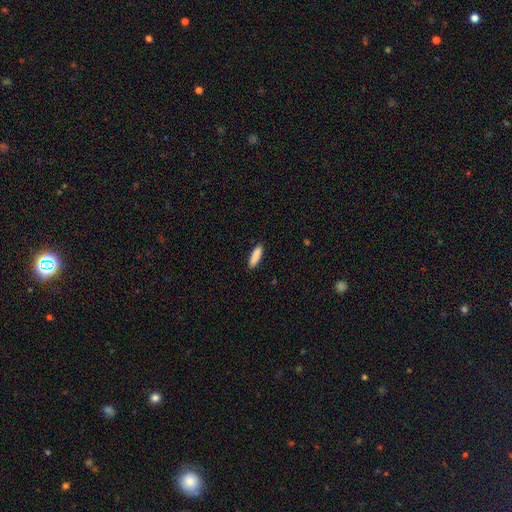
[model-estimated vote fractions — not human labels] smooth_or_featured: smooth (p=0.89) [alt: star or artifact p=0.06]
how_rounded: cigar-shaped (p=0.66) [alt: in between p=0.32]
merging: none (p=0.89) [alt: minor disturbance p=0.08]